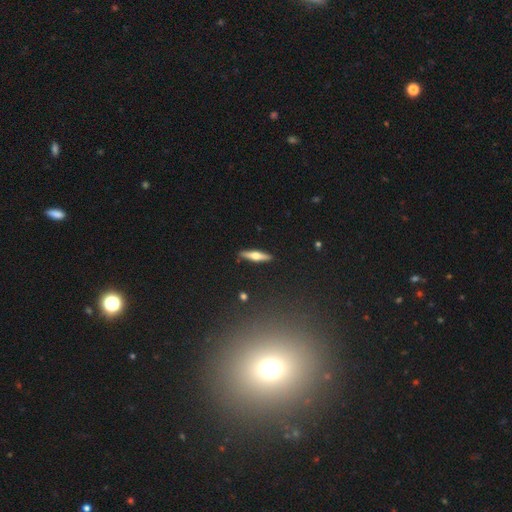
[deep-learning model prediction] Smooth or featured? Predicted: featured or disk (p=0.54). Edge-on disk? Predicted: yes (p=0.94). Edge-on bulge? Predicted: rounded (p=0.92). Merging? Predicted: none (p=0.90).